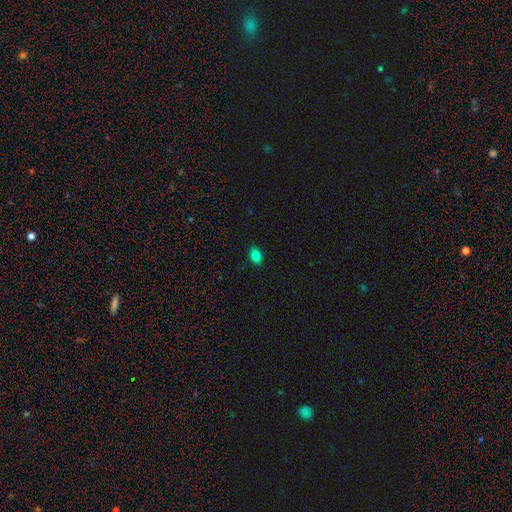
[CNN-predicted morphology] Smooth or featured? Predicted: smooth (p=0.84). How rounded? Predicted: in between (p=0.77). Merging? Predicted: none (p=0.89).